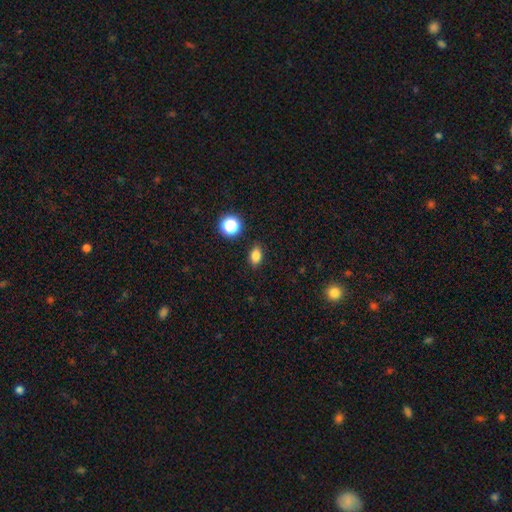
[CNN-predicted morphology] Q: Smooth or featured?
A: smooth (82%); runner-up: star or artifact (13%)
Q: How rounded?
A: in between (75%); runner-up: round (22%)
Q: Merging?
A: none (86%); runner-up: minor disturbance (9%)